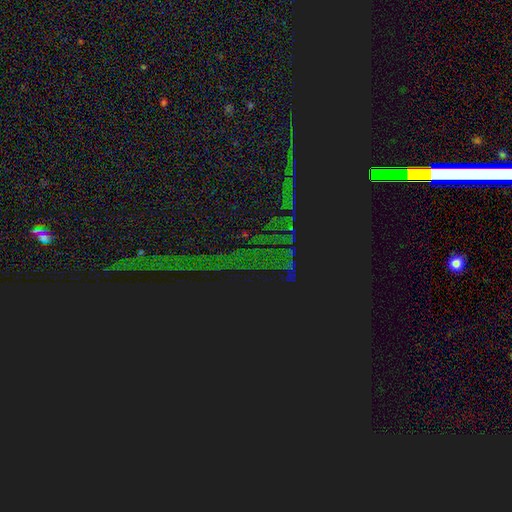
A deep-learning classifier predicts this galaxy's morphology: Smooth or featured?
  - star or artifact: 86% *
  - featured or disk: 7%
  - smooth: 7%